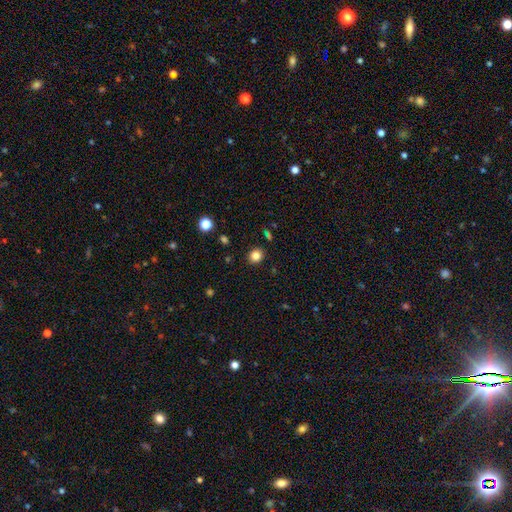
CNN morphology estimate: smooth-or-featured: smooth: 83% | star or artifact: 12% | featured or disk: 5%
  how-rounded: round: 76% | in between: 23% | cigar-shaped: 1%
  merging: none: 89% | minor disturbance: 7% | major disturbance: 2% | merger: 2%